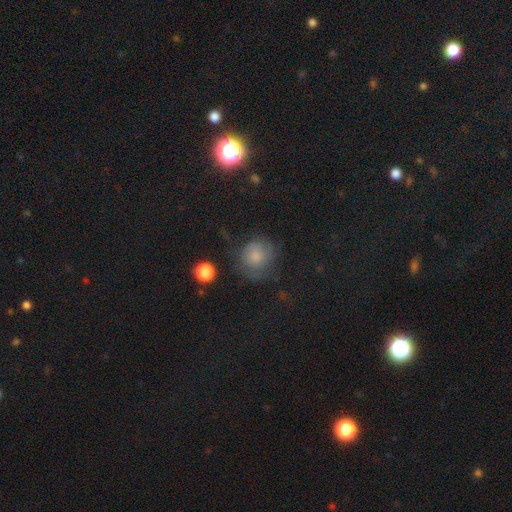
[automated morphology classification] smooth_or_featured: smooth (p=0.74) [alt: featured or disk p=0.13]
how_rounded: round (p=0.81) [alt: in between p=0.18]
merging: none (p=0.57) [alt: minor disturbance p=0.25]